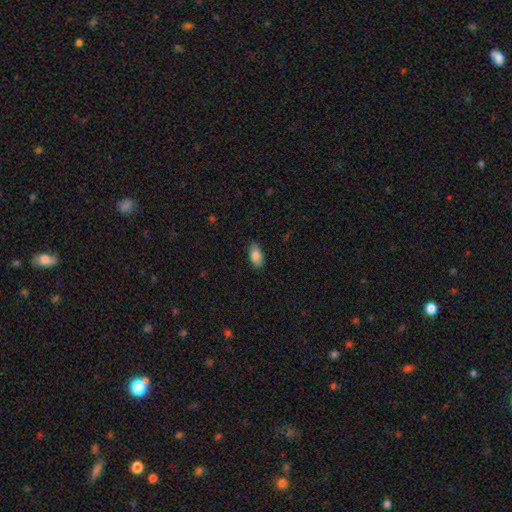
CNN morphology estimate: Overall: smooth (86%). How rounded: in between (93%). Merging: none (87%).